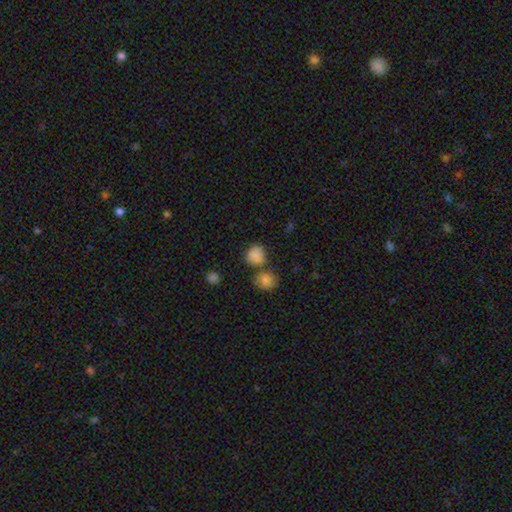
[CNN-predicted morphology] type=smooth (85%); roundness=round (79%); merging=none (60%).